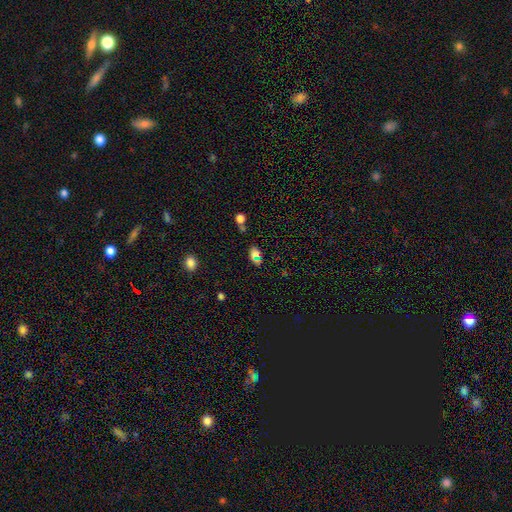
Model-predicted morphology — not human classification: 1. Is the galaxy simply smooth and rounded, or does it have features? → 64% smooth, 23% star or artifact, 13% featured or disk.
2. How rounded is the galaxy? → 78% in between, 20% round, 3% cigar-shaped.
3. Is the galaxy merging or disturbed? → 64% none, 16% minor disturbance, 14% merger, 6% major disturbance.